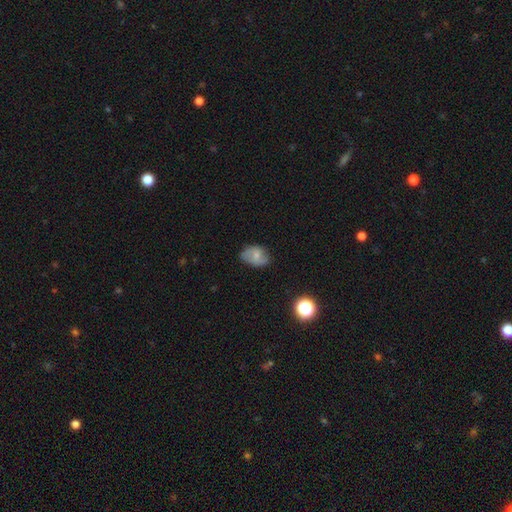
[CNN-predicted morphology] A smooth galaxy with no disk features (56%) that is in between round and cigar-shaped (74%).

Vote fractions:
- Smooth or featured? smooth: 56% / featured or disk: 34% / star or artifact: 10%
- How rounded? in between: 74% / round: 24% / cigar-shaped: 1%
- Merging? none: 69% / minor disturbance: 24% / major disturbance: 6% / merger: 2%